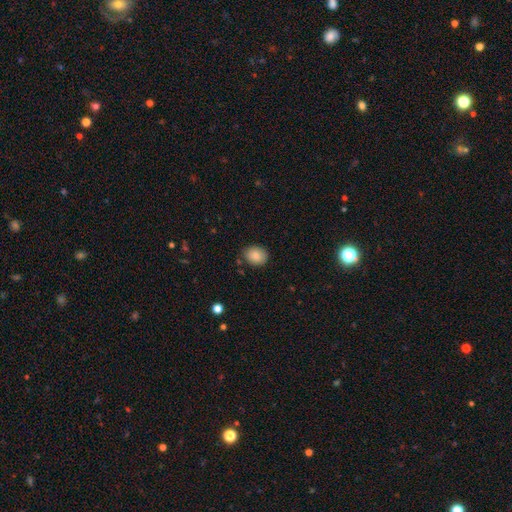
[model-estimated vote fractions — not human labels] The model was most divided on "how rounded": round: 58%, in between: 41%, cigar-shaped: 1%. More confident: smooth or featured — smooth (85%); merging — none (83%).